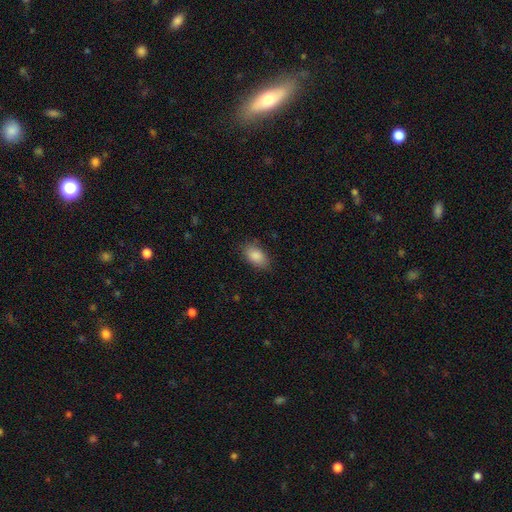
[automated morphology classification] Smooth or featured? Predicted: smooth (p=0.87). How rounded? Predicted: in between (p=0.92). Merging? Predicted: none (p=0.81).